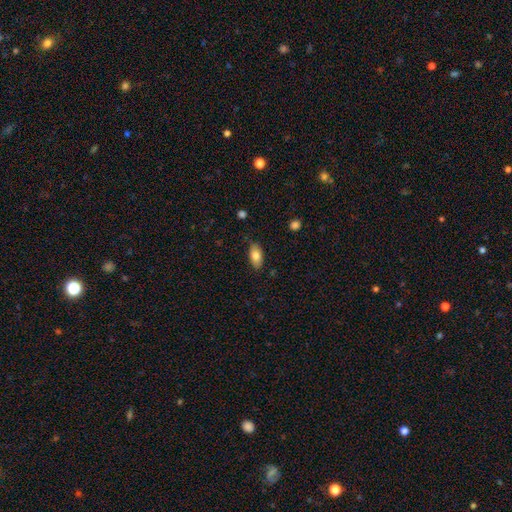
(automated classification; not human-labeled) The model was most divided on "smooth or featured": smooth: 81%, featured or disk: 12%, star or artifact: 7%. More confident: how rounded — in between (91%); merging — none (84%).